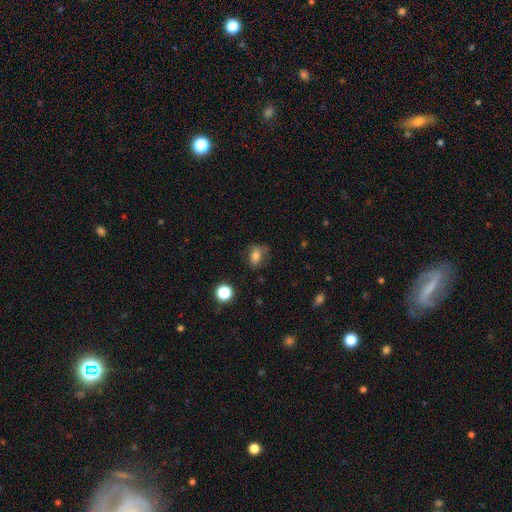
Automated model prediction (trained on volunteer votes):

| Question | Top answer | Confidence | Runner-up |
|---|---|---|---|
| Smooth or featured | smooth | 74% | featured or disk (13%) |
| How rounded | in between | 72% | round (25%) |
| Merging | none | 62% | minor disturbance (26%) |